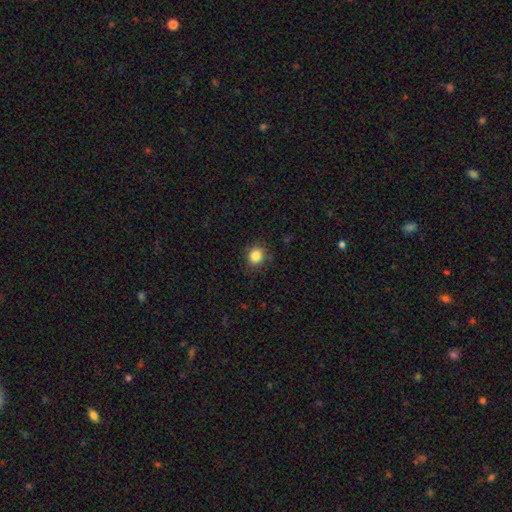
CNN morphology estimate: Overall: smooth (85%). How rounded: round (78%). Merging: none (84%).